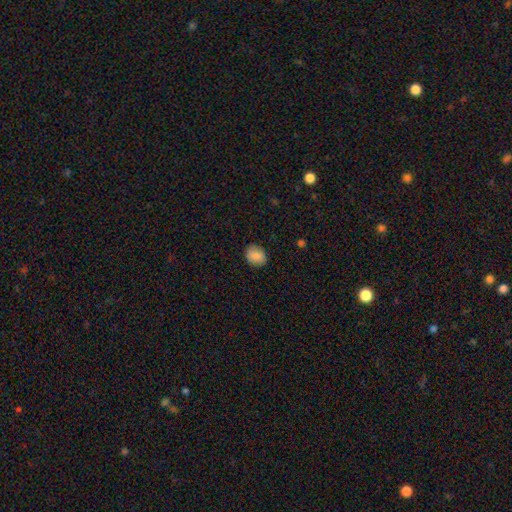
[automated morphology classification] A smooth galaxy with no disk features (87%) that is round (56%).

Vote fractions:
- Smooth or featured? smooth: 87% / star or artifact: 8% / featured or disk: 5%
- How rounded? round: 56% / in between: 43% / cigar-shaped: 1%
- Merging? none: 86% / minor disturbance: 10% / major disturbance: 2% / merger: 1%